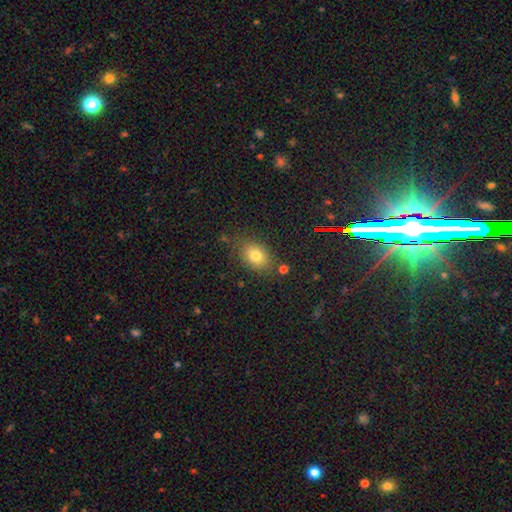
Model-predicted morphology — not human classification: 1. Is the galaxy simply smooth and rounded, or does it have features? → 78% smooth, 12% star or artifact, 10% featured or disk.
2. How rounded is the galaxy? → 70% in between, 29% round, 1% cigar-shaped.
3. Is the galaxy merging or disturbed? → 79% none, 14% minor disturbance, 4% major disturbance, 4% merger.